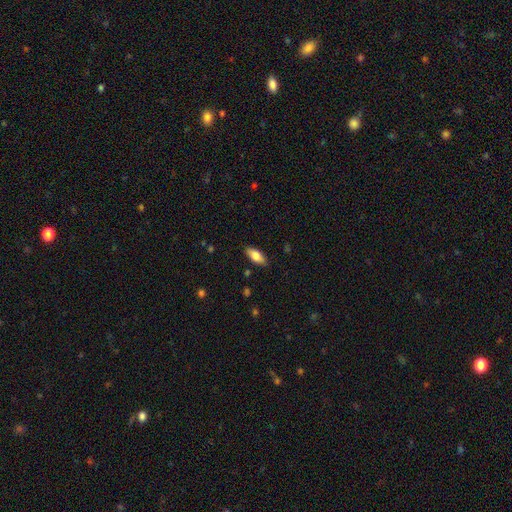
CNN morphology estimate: Smooth or featured? Predicted: smooth (p=0.76). How rounded? Predicted: in between (p=0.83). Merging? Predicted: none (p=0.85).